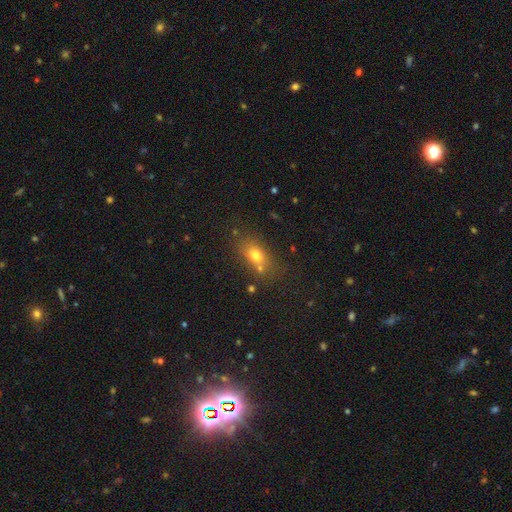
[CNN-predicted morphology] type=smooth (69%); roundness=in between (68%); merging=none (66%).